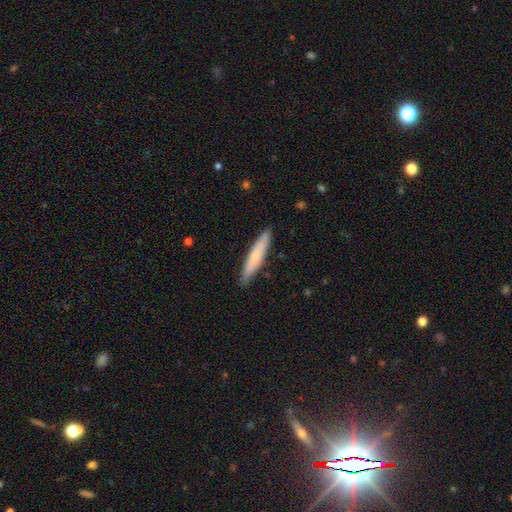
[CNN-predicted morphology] This appears to be a smooth galaxy with no disk features (69%) that is cigar-shaped (89%). Merging: none (88%).